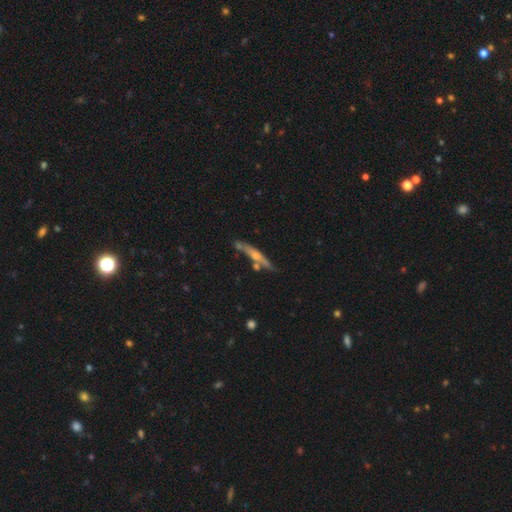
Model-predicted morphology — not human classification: type=featured or disk (66%); edge-on=yes (93%); edge-on bulge=rounded (77%); merging=none (75%).